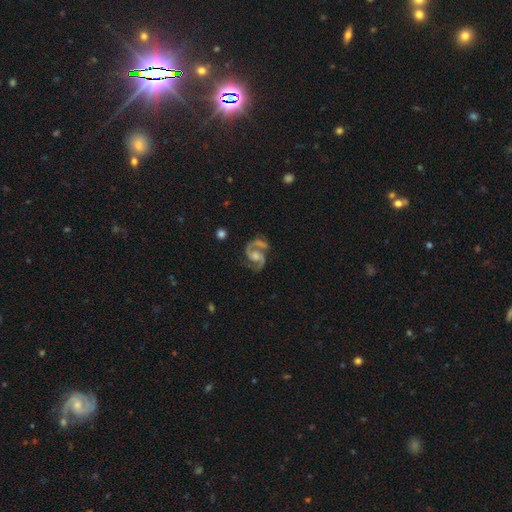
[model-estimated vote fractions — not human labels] The model was most divided on "bulge size": moderate: 43%, small: 27%, none: 17%, large: 12%, dominant: 2%. More confident: edge-on disk — no (98%); spiral arms — yes (98%); spiral arm count — 2 (93%); smooth or featured — featured or disk (91%); merging — none (64%); spiral winding — medium (61%); bar — no (54%).